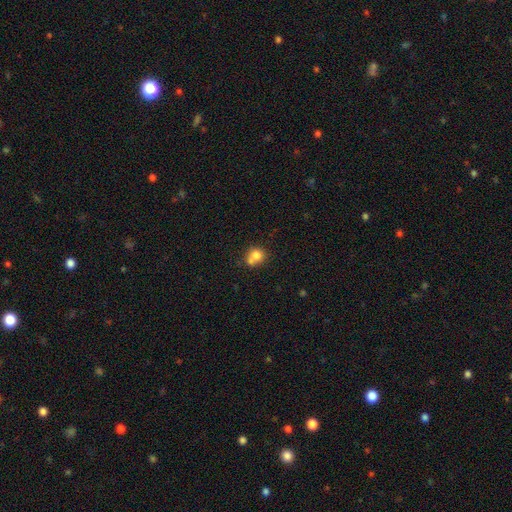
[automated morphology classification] Q: Smooth or featured?
A: smooth (77%); runner-up: featured or disk (13%)
Q: How rounded?
A: round (81%); runner-up: in between (18%)
Q: Merging?
A: merger (44%); runner-up: none (43%)